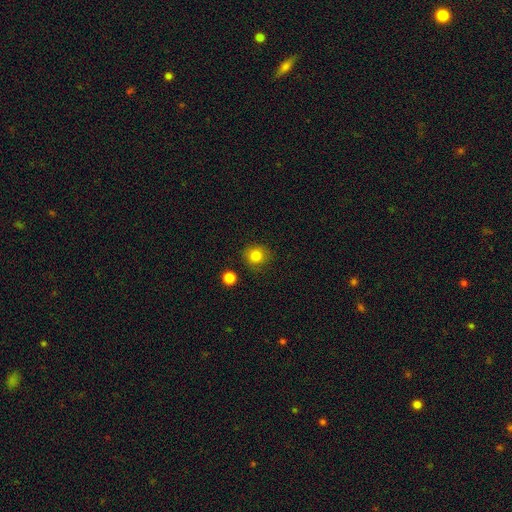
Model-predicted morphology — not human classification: This is clearly a smooth galaxy (82%). How rounded: clearly round (87%). Merging: clearly none (83%).